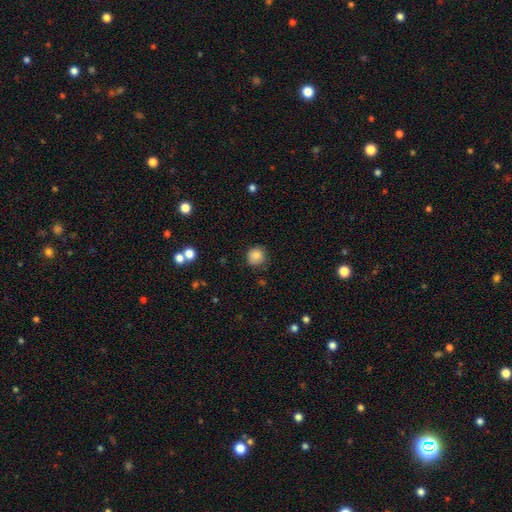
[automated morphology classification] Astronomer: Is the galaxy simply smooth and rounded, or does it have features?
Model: smooth — 85%.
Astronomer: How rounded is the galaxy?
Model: round — 90%.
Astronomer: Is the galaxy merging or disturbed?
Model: none — 80%.